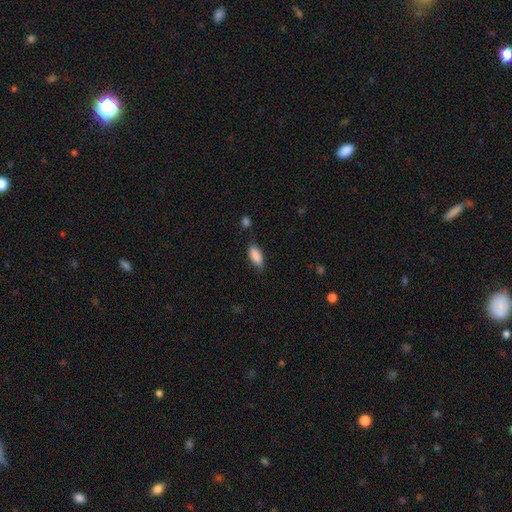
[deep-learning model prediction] Q: Smooth or featured?
A: smooth (86%); runner-up: featured or disk (7%)
Q: How rounded?
A: in between (82%); runner-up: cigar-shaped (16%)
Q: Merging?
A: none (70%); runner-up: minor disturbance (22%)